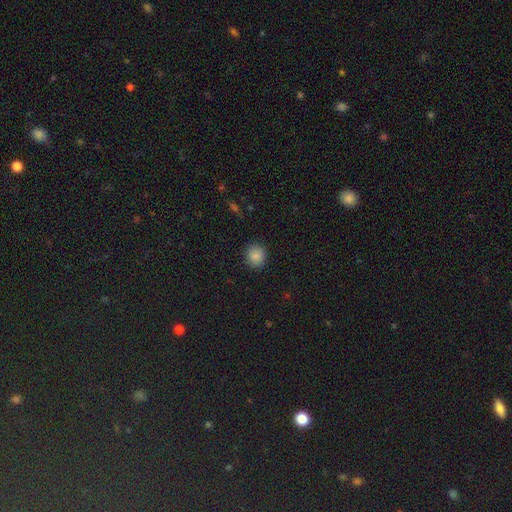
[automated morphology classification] smooth 86%, star or artifact 10%, featured or disk 4%. Down the decision tree: how rounded — round (86%); merging — none (89%).